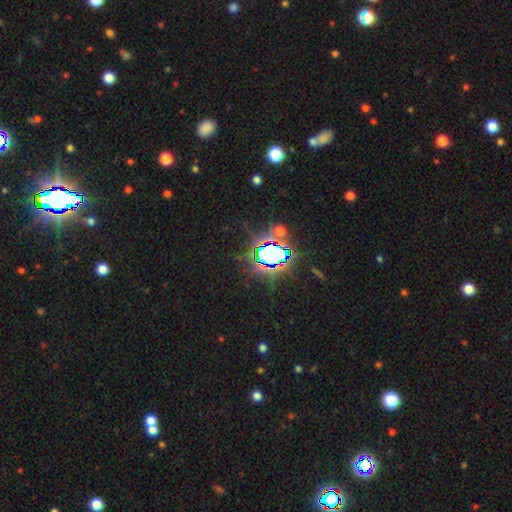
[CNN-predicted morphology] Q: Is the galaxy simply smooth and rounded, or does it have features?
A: star or artifact — 80%.